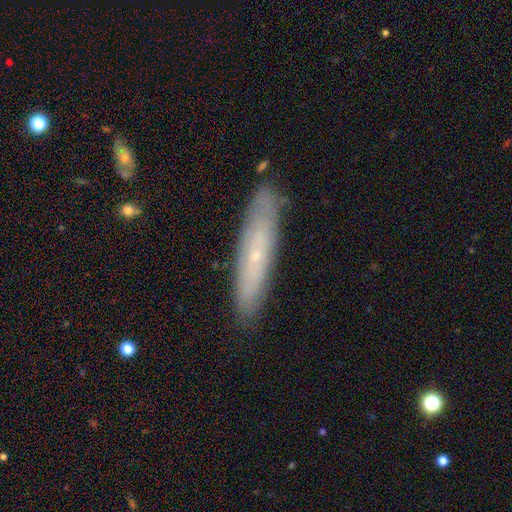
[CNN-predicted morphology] Overall: featured or disk (50%; smooth 42%). Merging: none (86%).